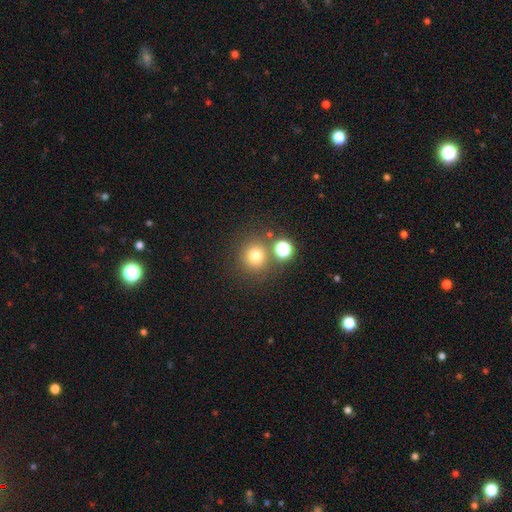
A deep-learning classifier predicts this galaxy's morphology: A smooth galaxy with no disk features (74%) that is round (92%). Merging: none (75%).